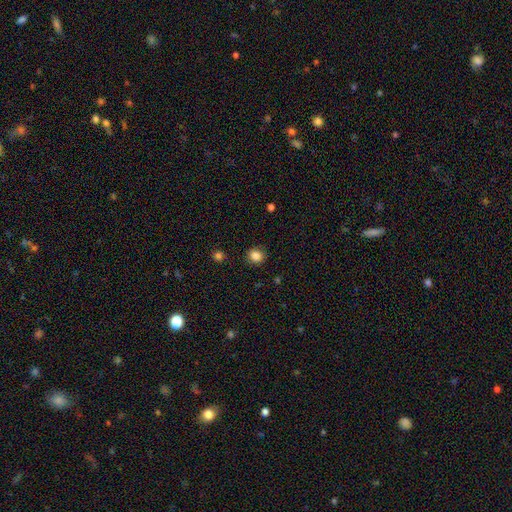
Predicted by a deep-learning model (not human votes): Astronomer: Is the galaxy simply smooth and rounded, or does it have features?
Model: smooth — 85%.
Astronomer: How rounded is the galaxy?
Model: round — 82%.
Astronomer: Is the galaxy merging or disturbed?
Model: none — 89%.